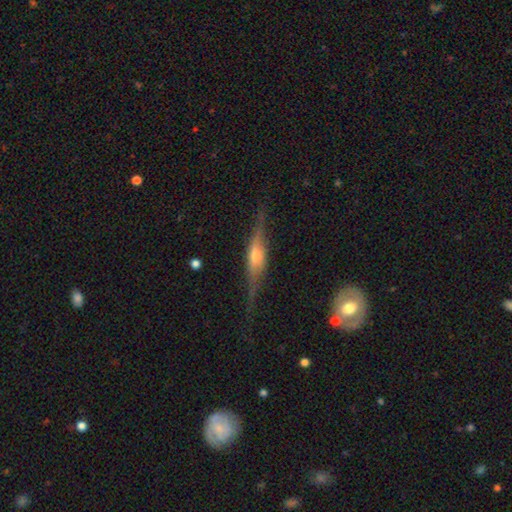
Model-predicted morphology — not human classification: Smooth or featured: featured or disk — 75% (smooth — 18%)
Edge-on disk: yes — 95% (no — 5%)
Edge-on bulge: rounded — 74% (boxy — 19%)
Merging: none — 75% (minor disturbance — 17%)